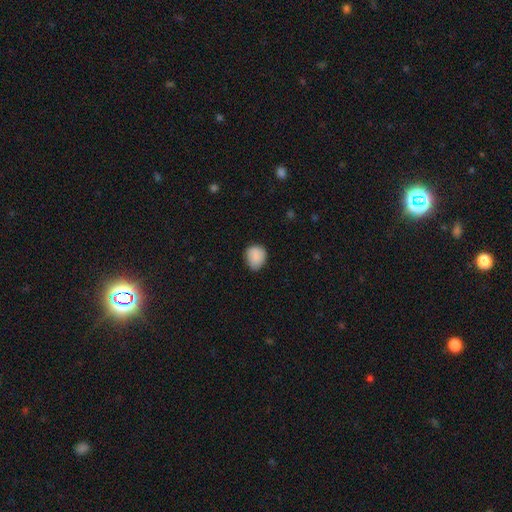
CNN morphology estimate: smooth 87%, star or artifact 8%, featured or disk 5%. Down the decision tree: how rounded — round (66%); merging — none (73%).